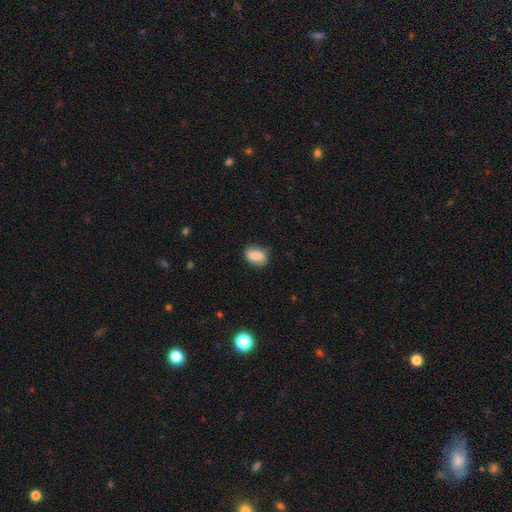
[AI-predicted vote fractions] Morphology: type=smooth (82%); roundness=in between (81%); merging=none (70%).